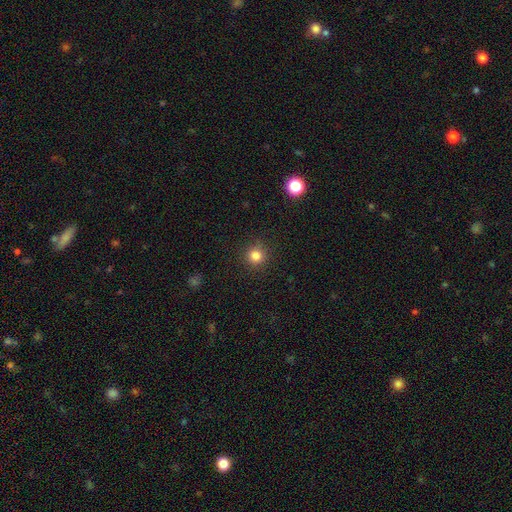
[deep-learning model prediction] Smooth or featured? smooth (82%)
How rounded? round (94%)
Merging? none (90%)